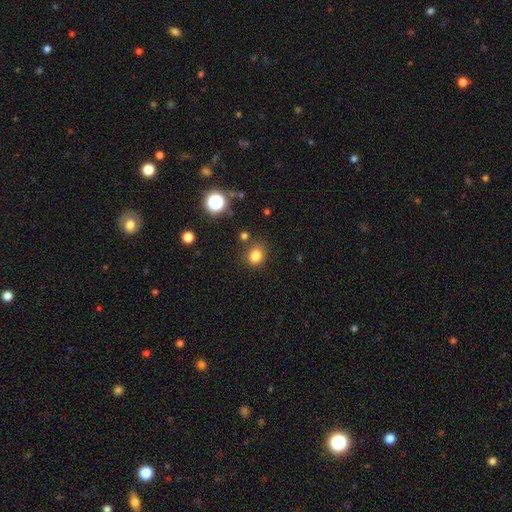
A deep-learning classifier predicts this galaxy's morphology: Smooth or featured? smooth (81%)
How rounded? round (75%)
Merging? none (81%)